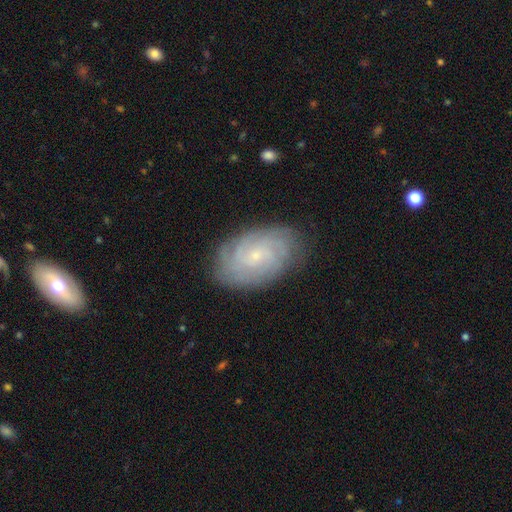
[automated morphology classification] A featured or disk galaxy (78%) with no bar (69%), tight (75%) spiral arms (96%) and a small central bulge (81%). Merging: none (83%).